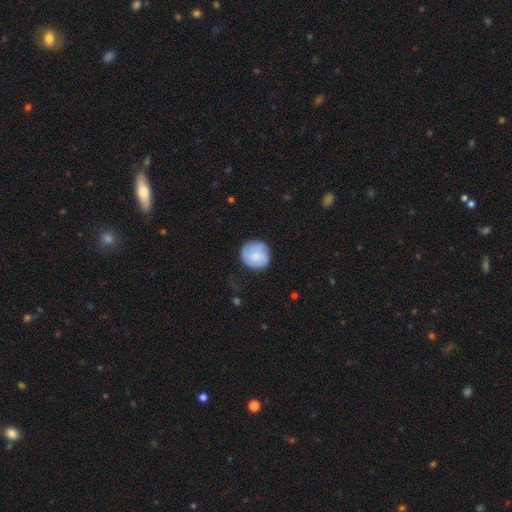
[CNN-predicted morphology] This is likely a smooth galaxy (73%). How rounded: clearly round (89%). Merging: likely none (74%).